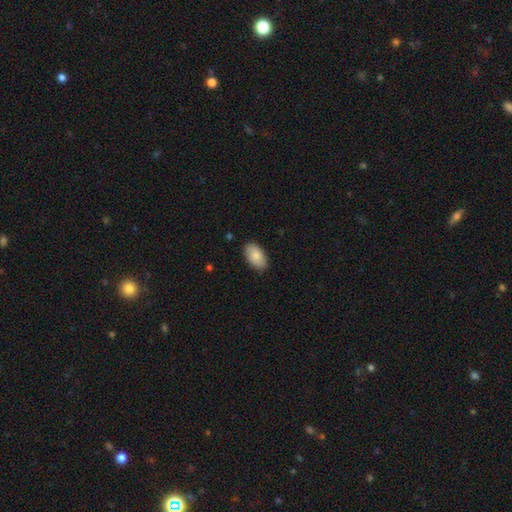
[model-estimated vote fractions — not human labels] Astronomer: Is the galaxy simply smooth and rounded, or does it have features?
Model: smooth — 86%.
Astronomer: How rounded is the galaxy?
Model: in between — 95%.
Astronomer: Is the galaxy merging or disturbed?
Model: none — 86%.